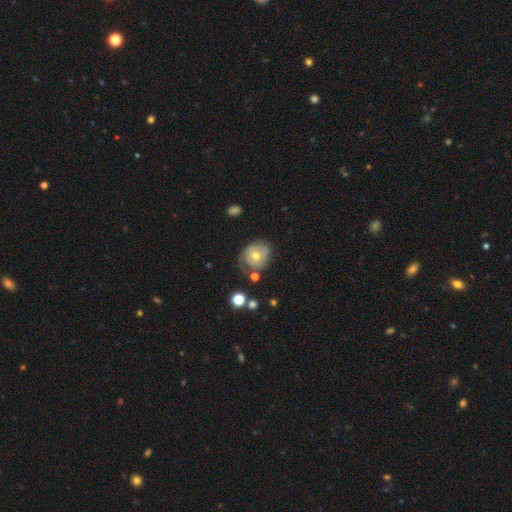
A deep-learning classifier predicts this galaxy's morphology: Smooth or featured: featured or disk — 56% (smooth — 36%)
Edge-on disk: no — 96% (yes — 4%)
Bar: no — 80% (weak — 16%)
Spiral arms: yes — 70% (no — 30%)
Bulge size: moderate — 71% (small — 23%)
Merging: none — 52% (minor disturbance — 27%)